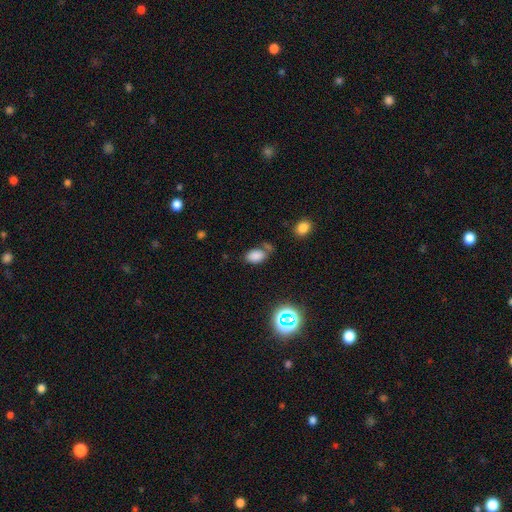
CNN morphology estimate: smooth-or-featured: smooth: 80% | star or artifact: 14% | featured or disk: 7%
  how-rounded: in between: 89% | round: 9% | cigar-shaped: 1%
  merging: none: 60% | minor disturbance: 19% | merger: 14% | major disturbance: 7%